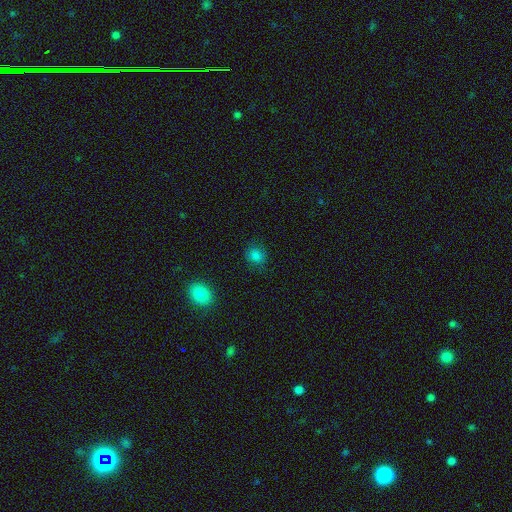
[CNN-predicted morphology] smooth 81%, star or artifact 14%, featured or disk 5%. Down the decision tree: how rounded — round (74%); merging — none (81%).